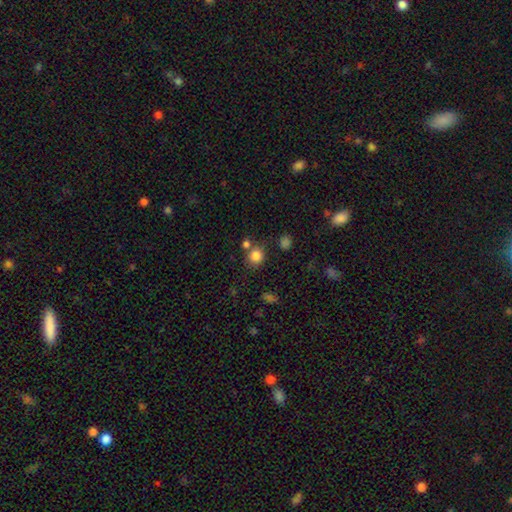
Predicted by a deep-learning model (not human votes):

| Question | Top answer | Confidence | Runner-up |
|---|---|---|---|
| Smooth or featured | smooth | 83% | star or artifact (12%) |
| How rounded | round | 83% | in between (16%) |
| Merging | none | 69% | merger (16%) |